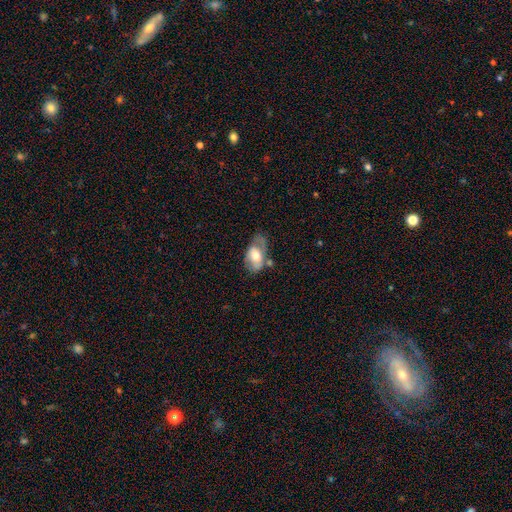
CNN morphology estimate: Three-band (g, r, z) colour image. It shows a smooth galaxy with no disk features (49%). Merging: none (38%).